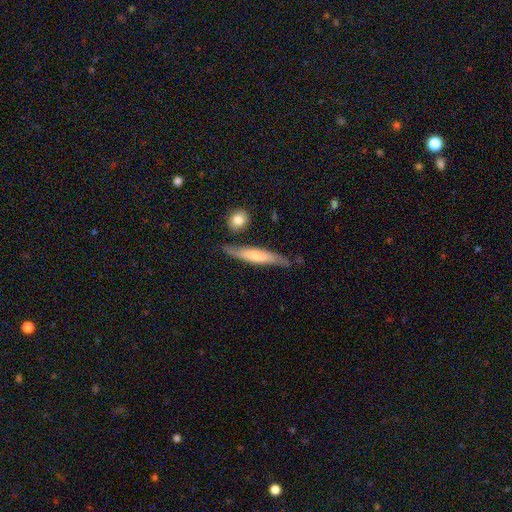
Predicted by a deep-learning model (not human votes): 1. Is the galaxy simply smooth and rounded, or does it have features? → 53% smooth, 42% featured or disk, 5% star or artifact.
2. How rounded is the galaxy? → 86% cigar-shaped, 12% in between, 2% round.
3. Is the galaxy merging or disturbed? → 70% none, 20% minor disturbance, 5% merger, 4% major disturbance.